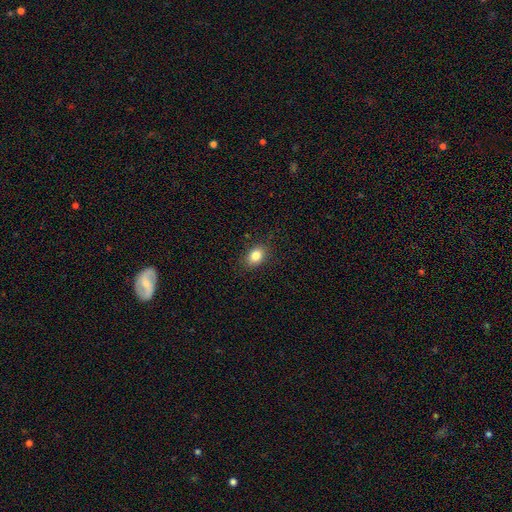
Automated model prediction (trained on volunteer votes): This is clearly a smooth galaxy (83%). How rounded: likely in between (73%). Merging: clearly none (86%).